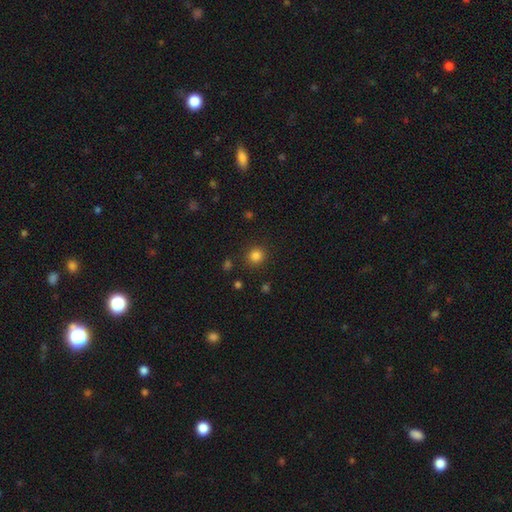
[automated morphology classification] Smooth or featured? smooth (83%)
How rounded? round (88%)
Merging? none (88%)